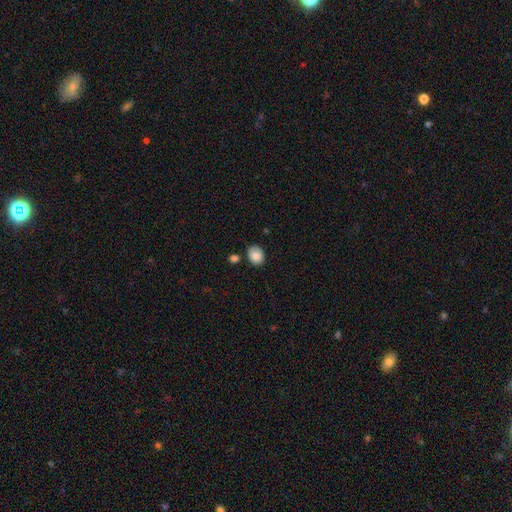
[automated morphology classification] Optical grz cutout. It shows a smooth galaxy with no disk features (84%) that is in between round and cigar-shaped (58%). Merging: none (75%).